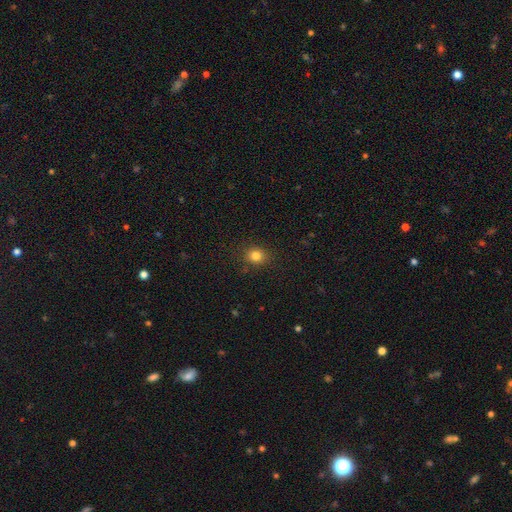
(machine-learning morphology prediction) smooth 82%, star or artifact 13%, featured or disk 5%. Down the decision tree: how rounded — round (69%); merging — none (87%).